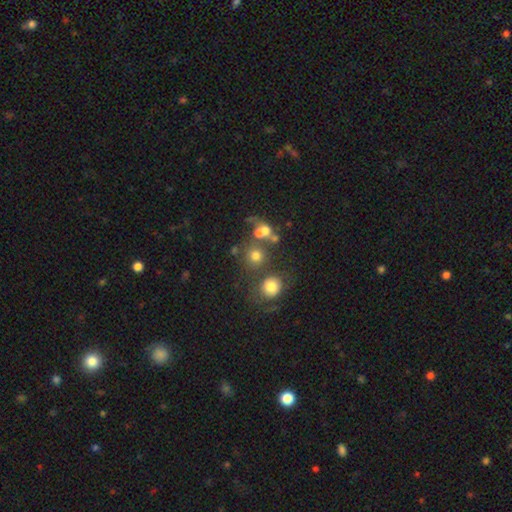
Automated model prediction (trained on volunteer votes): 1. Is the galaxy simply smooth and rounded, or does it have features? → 70% smooth, 16% star or artifact, 14% featured or disk.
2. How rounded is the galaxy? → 86% round, 13% in between, 1% cigar-shaped.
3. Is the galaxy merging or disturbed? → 53% none, 29% merger, 10% minor disturbance, 8% major disturbance.